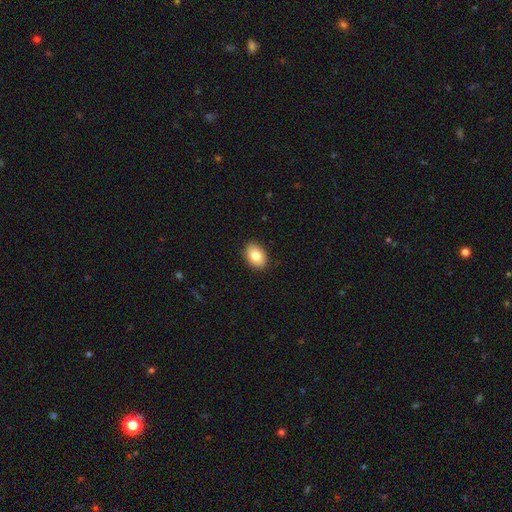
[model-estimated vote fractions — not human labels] Smooth or featured?
  - smooth: 84% *
  - featured or disk: 8%
  - star or artifact: 7%
How rounded?
  - in between: 85% *
  - round: 14%
  - cigar-shaped: 1%
Merging?
  - none: 89% *
  - minor disturbance: 8%
  - major disturbance: 2%
  - merger: 1%